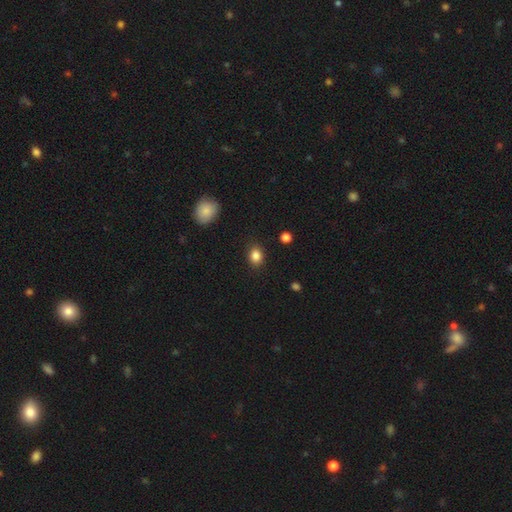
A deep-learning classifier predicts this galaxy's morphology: Overall: smooth (85%). How rounded: in between (57%; round 42%). Merging: none (86%).